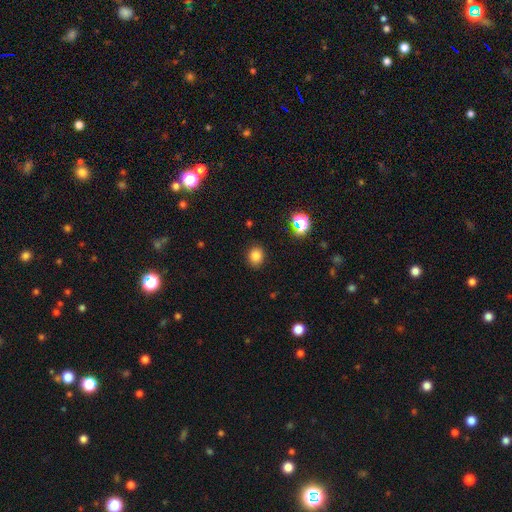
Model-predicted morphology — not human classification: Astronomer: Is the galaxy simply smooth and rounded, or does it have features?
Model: smooth — 81%.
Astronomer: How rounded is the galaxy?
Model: round — 69%.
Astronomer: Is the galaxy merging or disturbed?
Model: none — 87%.